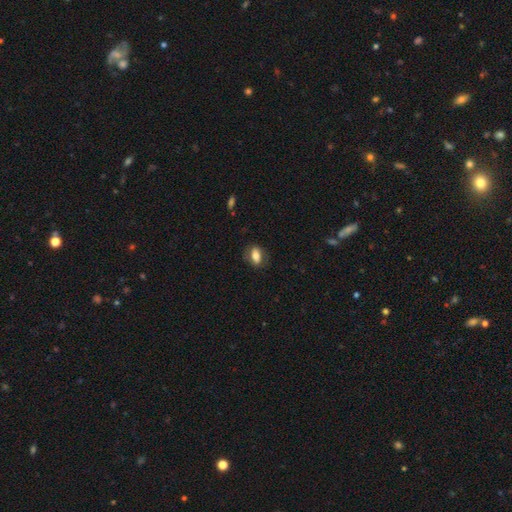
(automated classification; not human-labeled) Smooth or featured? Predicted: smooth (p=0.68). How rounded? Predicted: in between (p=0.83). Merging? Predicted: none (p=0.78).